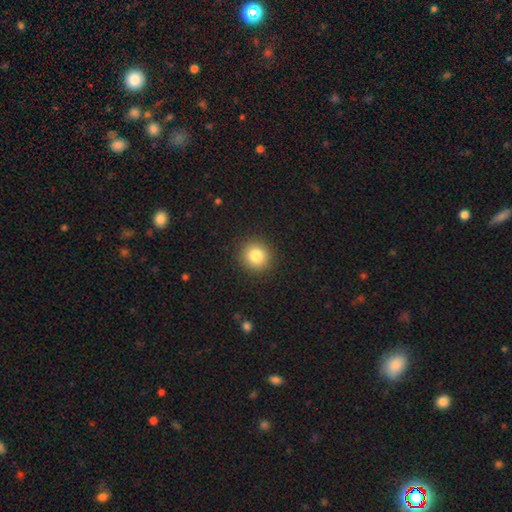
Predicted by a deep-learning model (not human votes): This is clearly a smooth galaxy (83%). How rounded: clearly round (92%). Merging: clearly none (92%).